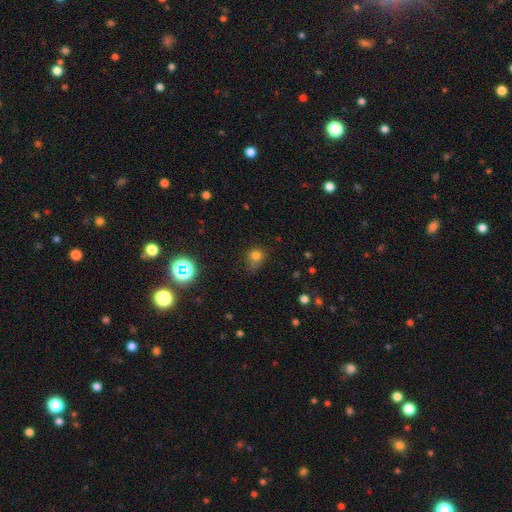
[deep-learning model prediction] Smooth or featured: smooth — 73% (star or artifact — 19%)
How rounded: round — 70% (in between — 28%)
Merging: none — 49% (minor disturbance — 31%)